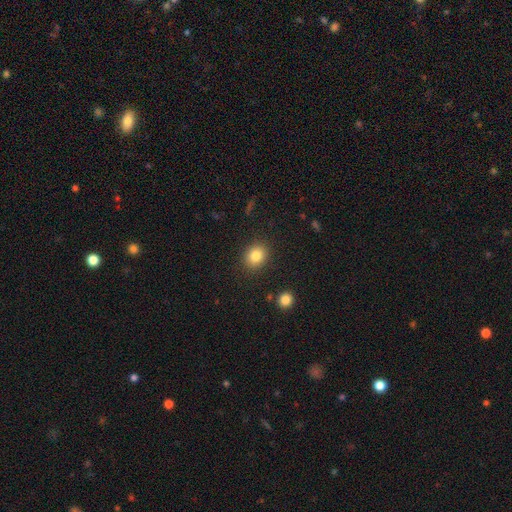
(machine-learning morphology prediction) This appears to be a smooth galaxy with no disk features (83%) that is round (60%). Merging: none (88%).